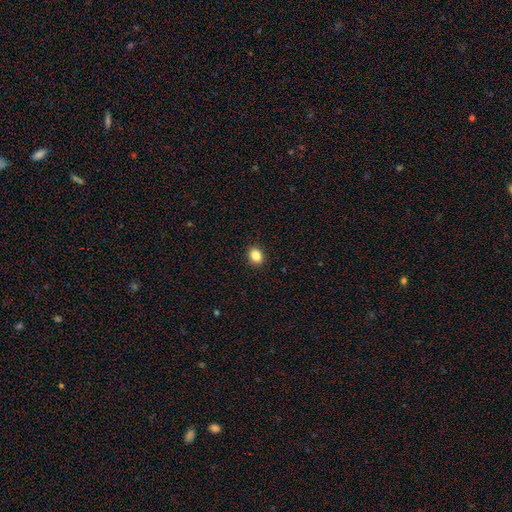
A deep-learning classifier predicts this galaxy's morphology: smooth-or-featured: smooth: 85% | star or artifact: 10% | featured or disk: 5%
  how-rounded: round: 58% | in between: 41% | cigar-shaped: 1%
  merging: none: 92% | minor disturbance: 6% | major disturbance: 2% | merger: 1%